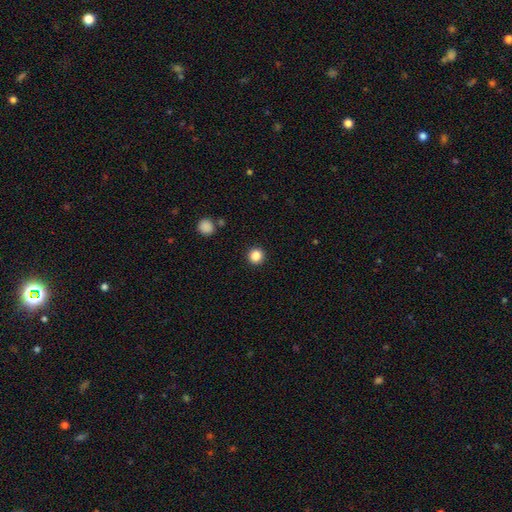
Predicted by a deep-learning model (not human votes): A smooth galaxy with no disk features (85%) that is round (94%).

Vote fractions:
- Smooth or featured? smooth: 85% / star or artifact: 11% / featured or disk: 3%
- How rounded? round: 94% / in between: 5% / cigar-shaped: 1%
- Merging? none: 92% / minor disturbance: 5% / major disturbance: 2% / merger: 1%